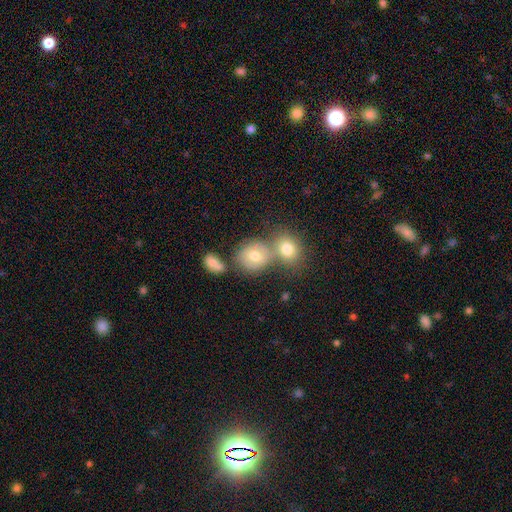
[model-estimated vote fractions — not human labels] Smooth or featured? Predicted: smooth (p=0.58). How rounded? Predicted: round (p=0.77). Merging? Predicted: none (p=0.48).